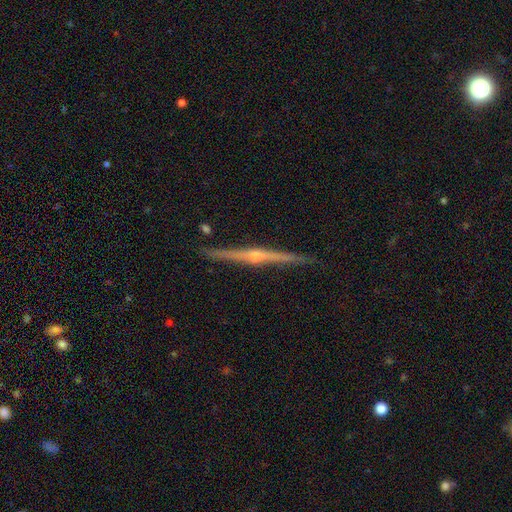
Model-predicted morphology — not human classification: Q: Smooth or featured?
A: featured or disk (87%); runner-up: smooth (8%)
Q: Edge-on disk?
A: yes (99%); runner-up: no (1%)
Q: Edge-on bulge?
A: rounded (88%); runner-up: none (7%)
Q: Merging?
A: none (91%); runner-up: minor disturbance (6%)